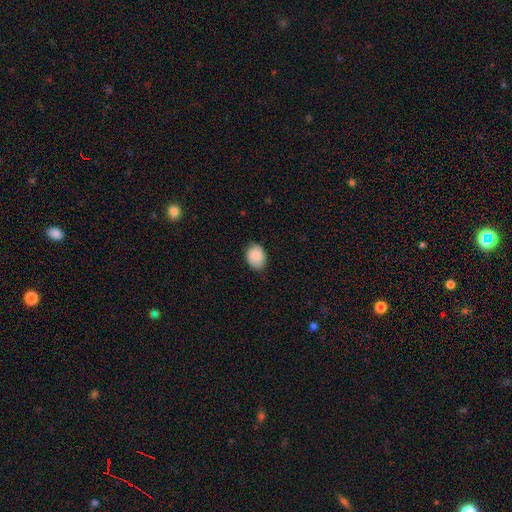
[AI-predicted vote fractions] Smooth or featured: smooth — 86% (featured or disk — 7%)
How rounded: in between — 64% (round — 35%)
Merging: none — 75% (minor disturbance — 21%)